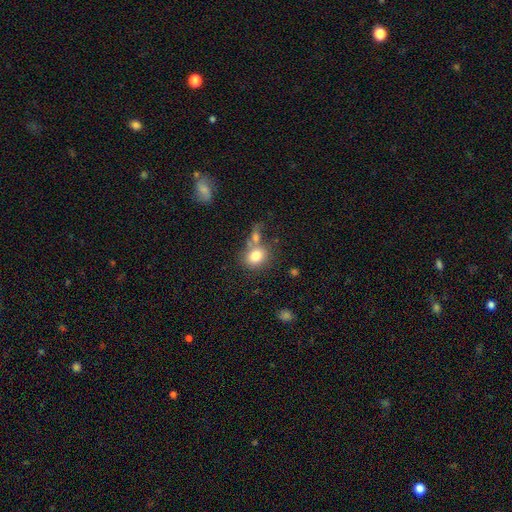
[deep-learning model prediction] This appears to be a smooth galaxy with no disk features (79%) that is round (54%). Merging: none (45%).